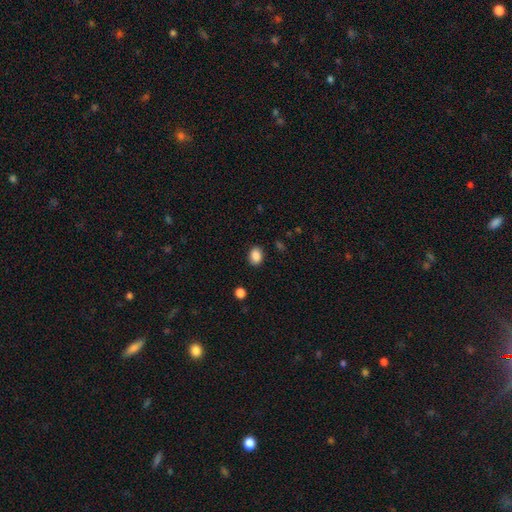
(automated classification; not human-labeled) Smooth or featured: smooth — 88% (star or artifact — 9%)
How rounded: in between — 68% (round — 31%)
Merging: none — 87% (minor disturbance — 9%)